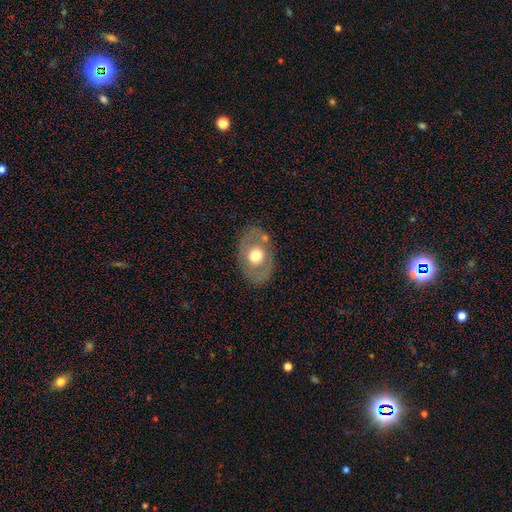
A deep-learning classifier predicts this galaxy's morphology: smooth 48%, featured or disk 46%, star or artifact 6%. Down the decision tree: merging — none (79%).